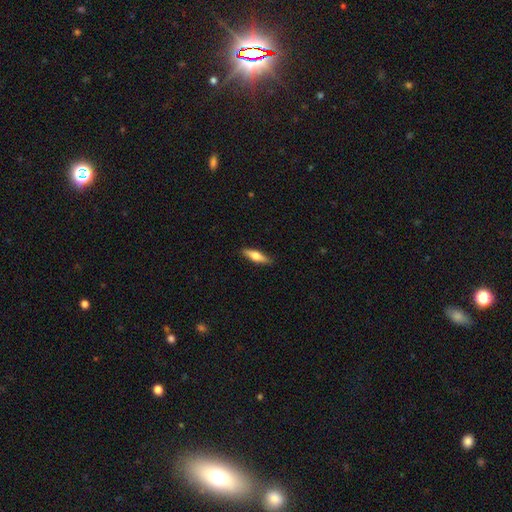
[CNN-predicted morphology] smooth_or_featured: smooth (p=0.57) [alt: featured or disk p=0.37]
how_rounded: cigar-shaped (p=0.59) [alt: in between p=0.38]
merging: none (p=0.89) [alt: minor disturbance p=0.09]